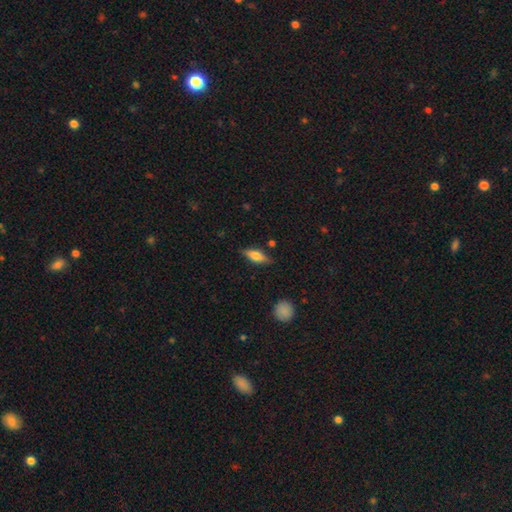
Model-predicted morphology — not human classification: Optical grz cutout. It shows a smooth galaxy with no disk features (57%) that is in between round and cigar-shaped (63%). Merging: none (81%).